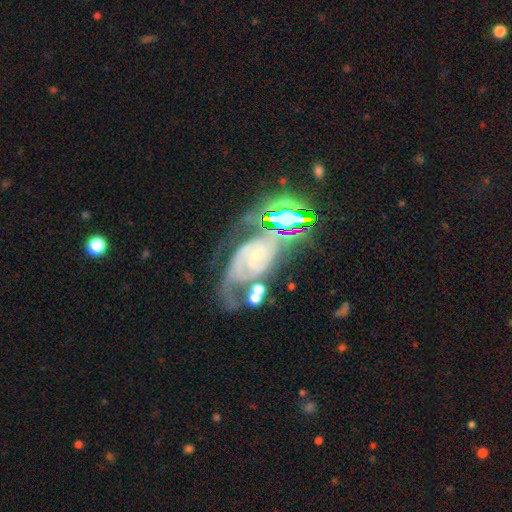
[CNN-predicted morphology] Smooth or featured? featured or disk (79%)
Edge-on disk? no (96%)
Bar? no (67%)
Spiral arms? yes (95%)
Spiral winding? tight (55%)
Spiral arm count? 2 (57%)
Bulge size? small (79%)
Merging? none (44%)